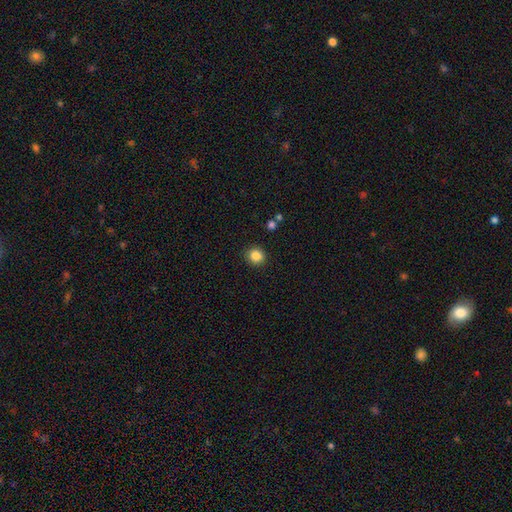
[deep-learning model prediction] Smooth or featured: smooth — 86% (star or artifact — 10%)
How rounded: round — 87% (in between — 12%)
Merging: none — 90% (minor disturbance — 6%)